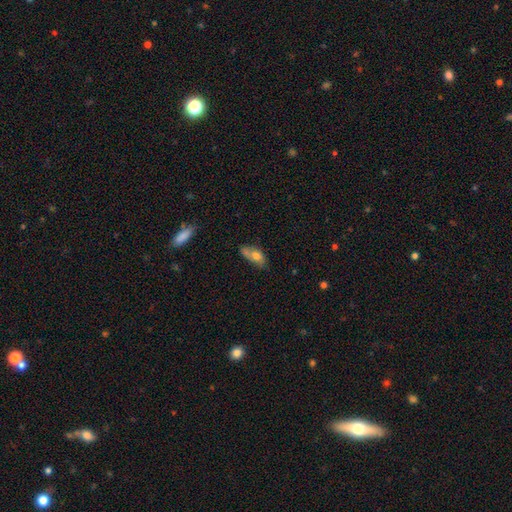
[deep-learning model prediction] Smooth or featured: smooth — 63% (featured or disk — 28%)
How rounded: in between — 85% (cigar-shaped — 9%)
Merging: none — 43% (minor disturbance — 31%)